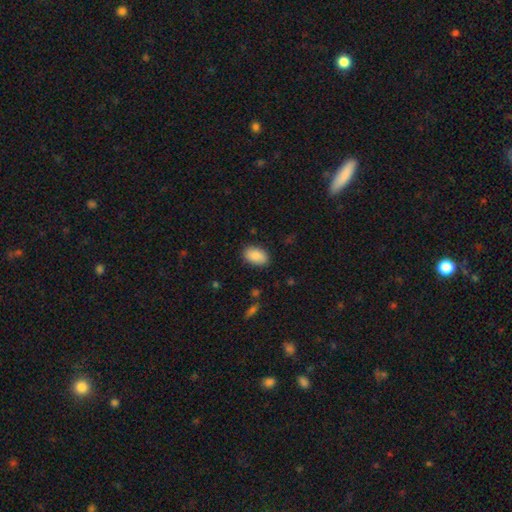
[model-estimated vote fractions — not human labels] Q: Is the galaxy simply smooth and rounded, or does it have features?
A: smooth — 88%.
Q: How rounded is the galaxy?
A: in between — 91%.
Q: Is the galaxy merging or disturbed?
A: none — 85%.